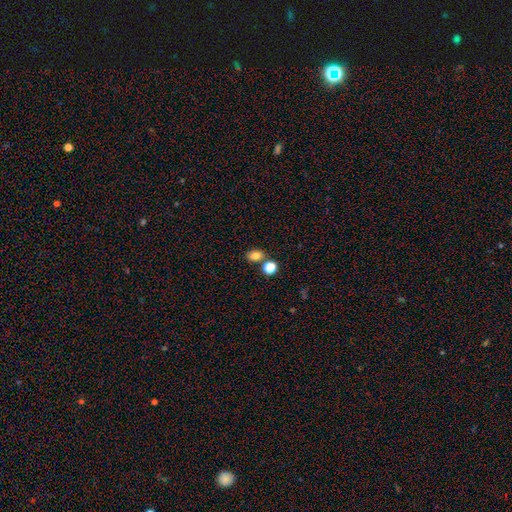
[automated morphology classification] The model was most divided on "how rounded": in between: 68%, round: 30%, cigar-shaped: 1%. More confident: smooth or featured — smooth (81%); merging — none (71%).